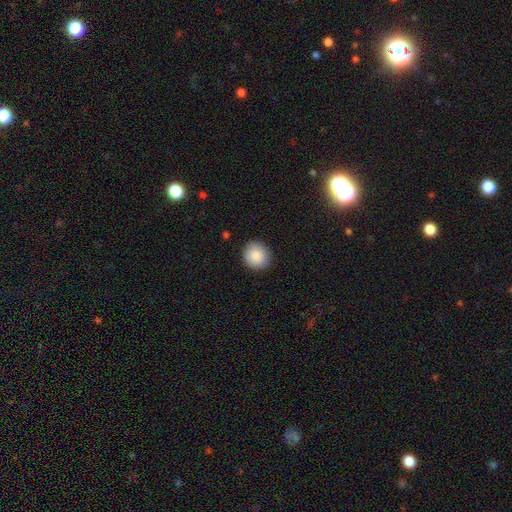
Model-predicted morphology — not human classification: Q: Smooth or featured?
A: smooth (88%); runner-up: star or artifact (8%)
Q: How rounded?
A: round (89%); runner-up: in between (10%)
Q: Merging?
A: none (89%); runner-up: minor disturbance (8%)